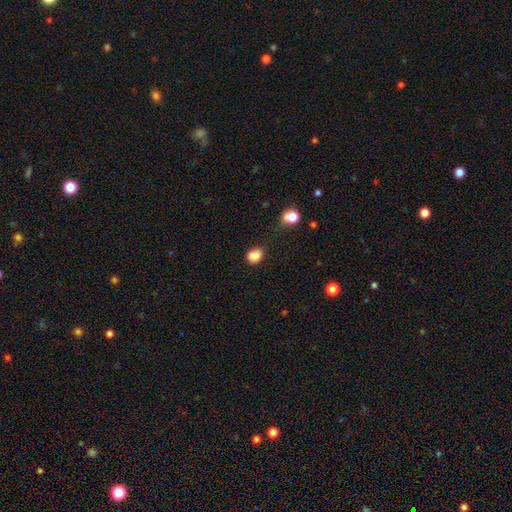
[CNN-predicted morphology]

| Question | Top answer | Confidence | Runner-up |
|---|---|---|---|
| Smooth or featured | smooth | 85% | star or artifact (10%) |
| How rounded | in between | 54% | round (45%) |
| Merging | none | 64% | minor disturbance (25%) |